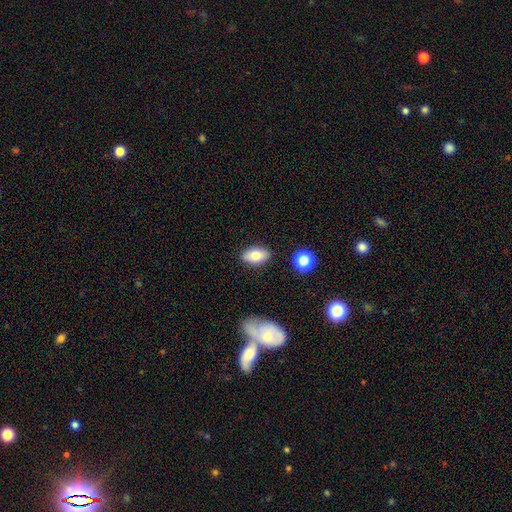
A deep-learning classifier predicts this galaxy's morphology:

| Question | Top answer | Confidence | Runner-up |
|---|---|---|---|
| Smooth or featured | smooth | 75% | featured or disk (16%) |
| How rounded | in between | 89% | round (8%) |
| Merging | none | 86% | minor disturbance (9%) |